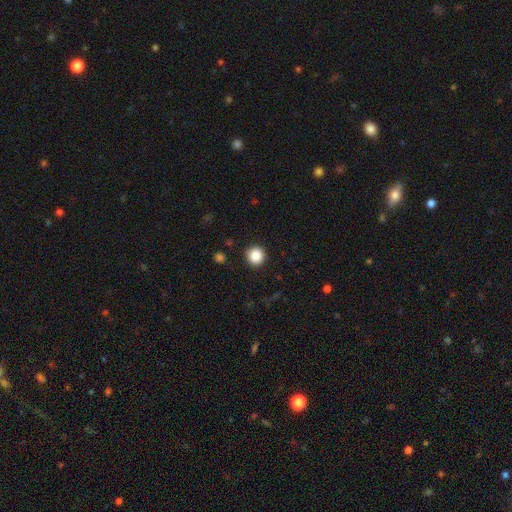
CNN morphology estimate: This is clearly a smooth galaxy (86%). How rounded: clearly round (94%). Merging: clearly none (91%).